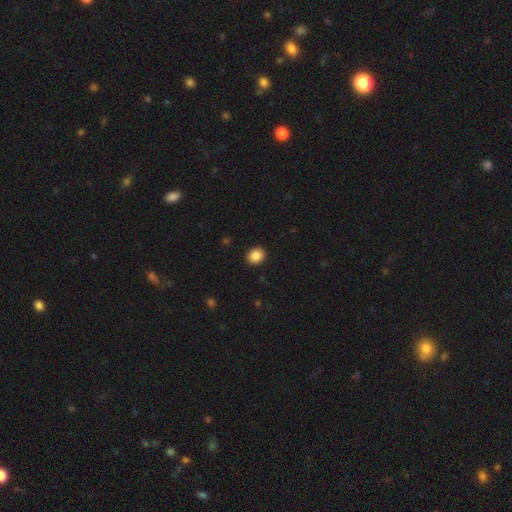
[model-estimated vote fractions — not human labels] smooth_or_featured: smooth (p=0.87) [alt: star or artifact p=0.09]
how_rounded: round (p=0.63) [alt: in between p=0.37]
merging: none (p=0.91) [alt: minor disturbance p=0.06]